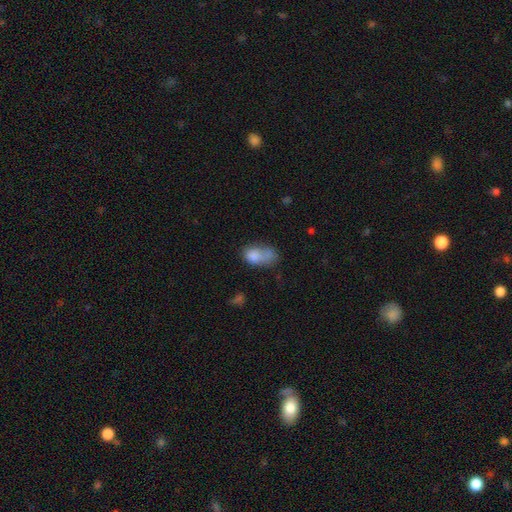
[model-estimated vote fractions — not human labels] Smooth or featured: smooth — 76% (featured or disk — 15%)
How rounded: in between — 84% (round — 14%)
Merging: merger — 33% (none — 25%)